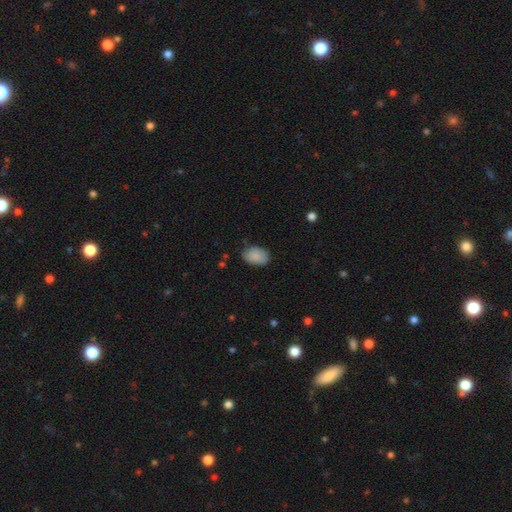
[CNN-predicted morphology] smooth-or-featured: smooth: 87% | star or artifact: 7% | featured or disk: 6%
  how-rounded: in between: 84% | round: 15% | cigar-shaped: 1%
  merging: none: 76% | minor disturbance: 19% | major disturbance: 4% | merger: 2%